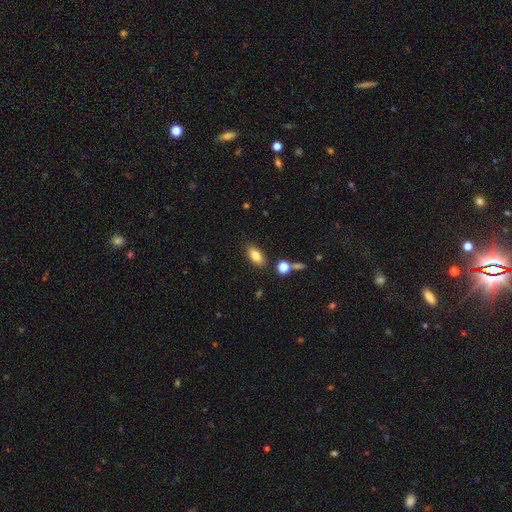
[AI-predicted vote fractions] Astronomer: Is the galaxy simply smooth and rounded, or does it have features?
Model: smooth — 81%.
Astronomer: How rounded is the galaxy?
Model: in between — 88%.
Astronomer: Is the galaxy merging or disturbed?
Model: none — 83%.